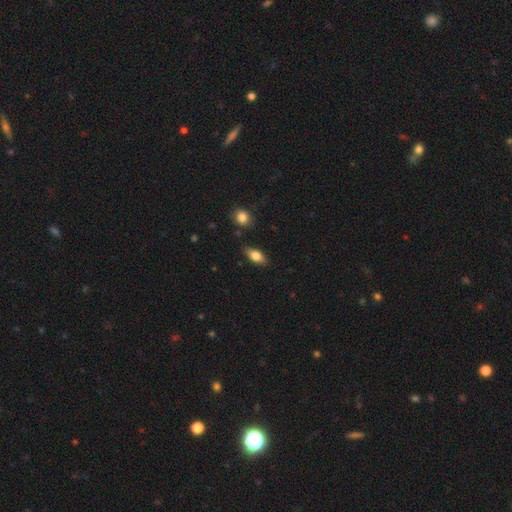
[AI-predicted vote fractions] Smooth or featured? Predicted: smooth (p=0.77). How rounded? Predicted: in between (p=0.84). Merging? Predicted: none (p=0.80).